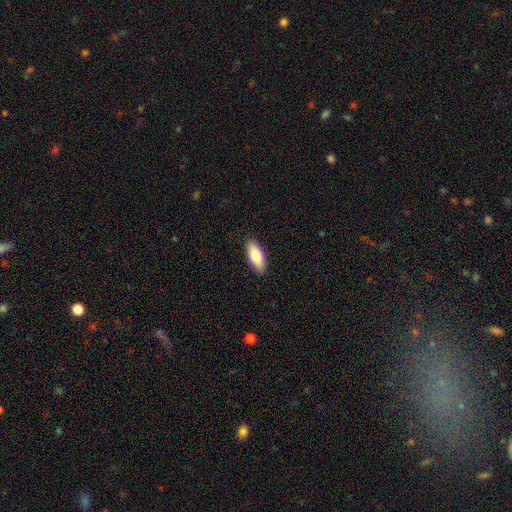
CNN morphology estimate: Smooth or featured: smooth — 77% (featured or disk — 17%)
How rounded: in between — 77% (cigar-shaped — 21%)
Merging: none — 89% (minor disturbance — 8%)